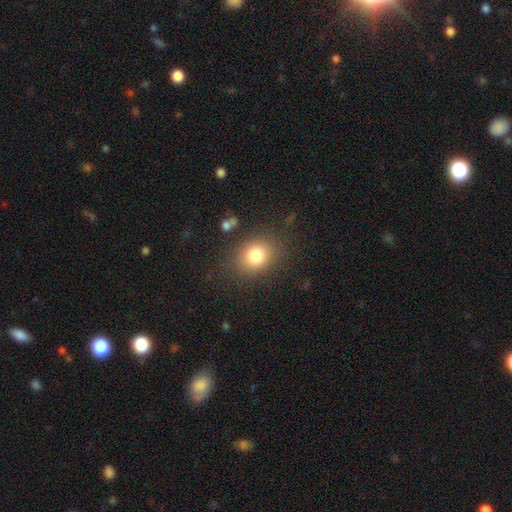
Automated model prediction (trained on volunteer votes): smooth 80%, star or artifact 11%, featured or disk 9%. Down the decision tree: how rounded — round (52%); merging — none (81%).